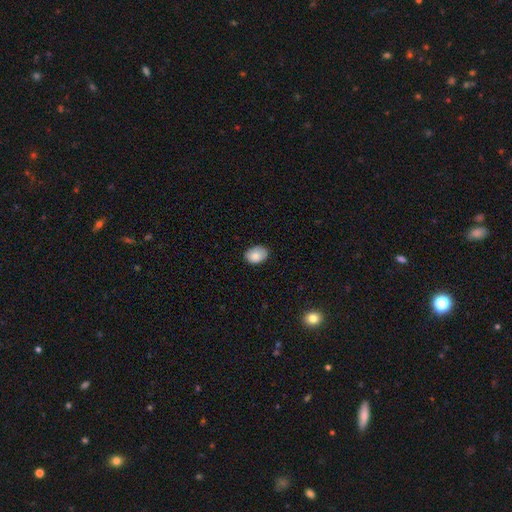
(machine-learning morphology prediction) Smooth or featured? smooth (86%)
How rounded? in between (78%)
Merging? none (79%)